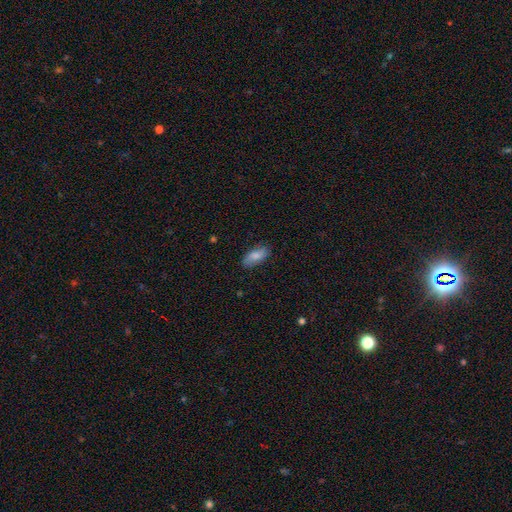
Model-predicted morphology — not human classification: Smooth or featured? smooth (79%)
How rounded? in between (89%)
Merging? none (81%)